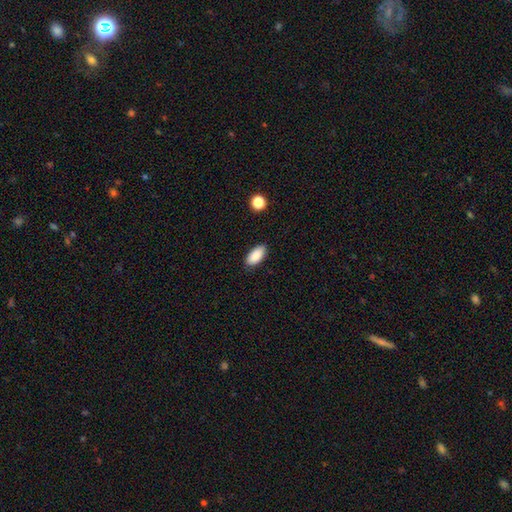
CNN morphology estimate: type=smooth (88%); roundness=in between (92%); merging=none (87%).